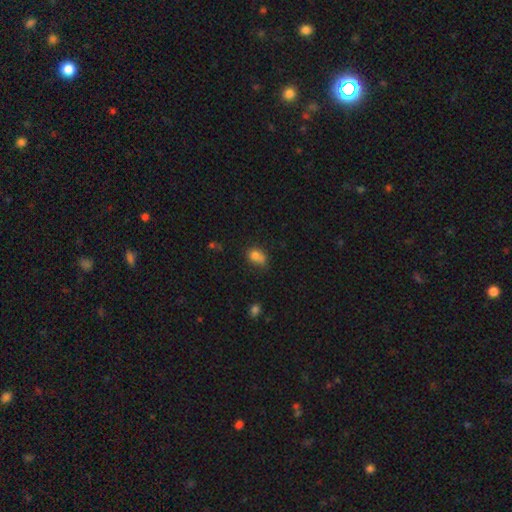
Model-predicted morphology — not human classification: smooth-or-featured: smooth: 75% | featured or disk: 13% | star or artifact: 13%
  how-rounded: round: 57% | in between: 42% | cigar-shaped: 1%
  merging: merger: 38% | none: 36% | minor disturbance: 18% | major disturbance: 8%